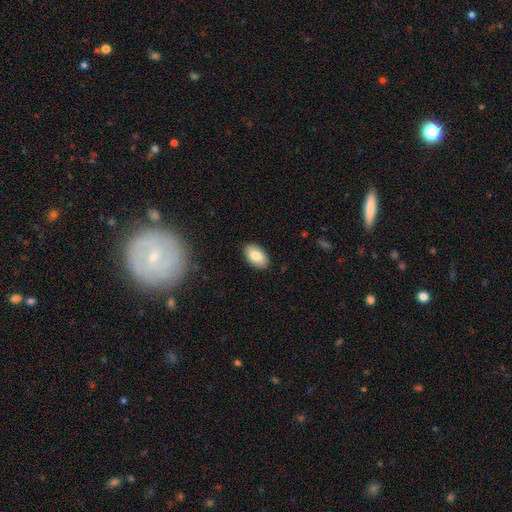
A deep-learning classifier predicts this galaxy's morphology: Q: Smooth or featured?
A: smooth (82%); runner-up: featured or disk (12%)
Q: How rounded?
A: in between (93%); runner-up: round (5%)
Q: Merging?
A: none (88%); runner-up: minor disturbance (9%)